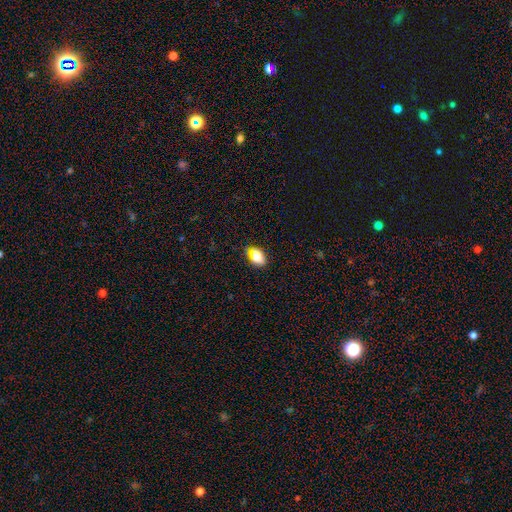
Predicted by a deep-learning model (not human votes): smooth 78%, star or artifact 12%, featured or disk 11%. Down the decision tree: how rounded — in between (84%); merging — none (79%).